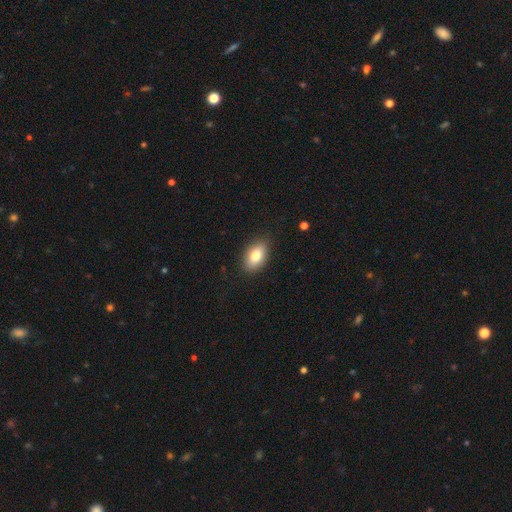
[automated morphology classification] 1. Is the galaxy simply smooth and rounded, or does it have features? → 80% smooth, 13% featured or disk, 8% star or artifact.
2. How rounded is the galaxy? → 90% in between, 7% round, 3% cigar-shaped.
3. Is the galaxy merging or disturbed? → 87% none, 10% minor disturbance, 2% major disturbance, 1% merger.